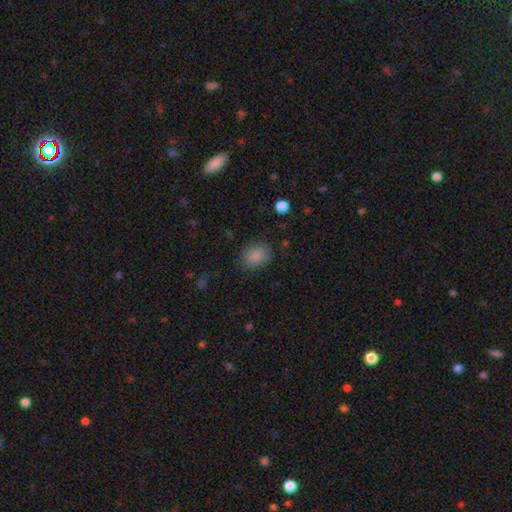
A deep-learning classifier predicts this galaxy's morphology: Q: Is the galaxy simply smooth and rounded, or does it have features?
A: smooth — 85%.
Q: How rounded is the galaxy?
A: in between — 52%.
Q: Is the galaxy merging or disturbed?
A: none — 80%.